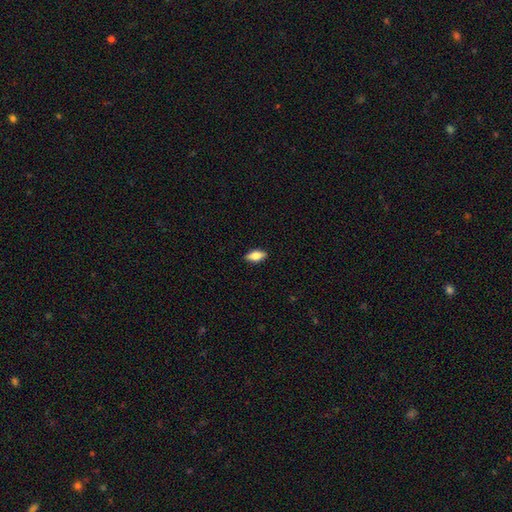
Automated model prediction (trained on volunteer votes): smooth-or-featured: smooth: 76% | featured or disk: 18% | star or artifact: 7%
  how-rounded: in between: 85% | cigar-shaped: 12% | round: 3%
  merging: none: 89% | minor disturbance: 8% | major disturbance: 2% | merger: 1%